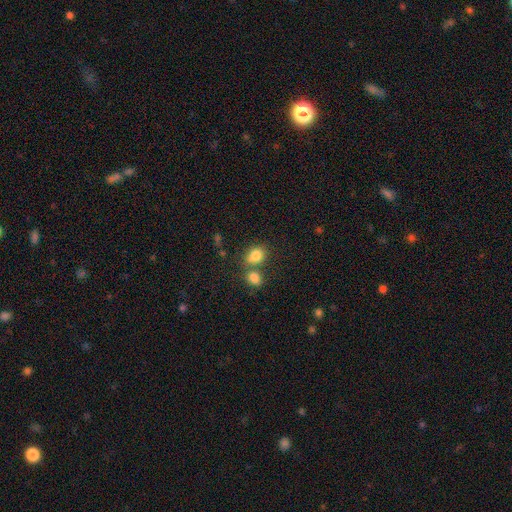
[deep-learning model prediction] smooth 82%, star or artifact 11%, featured or disk 8%. Down the decision tree: how rounded — in between (54%); merging — none (50%).